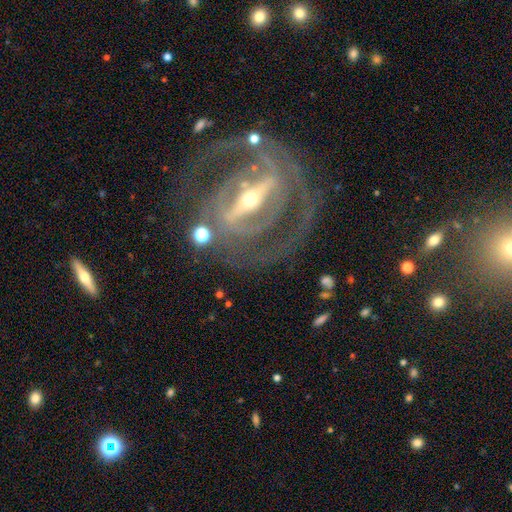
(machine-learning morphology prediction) Smooth or featured? featured or disk (89%)
Edge-on disk? no (87%)
Bar? strong (80%)
Spiral arms? yes (87%)
Spiral winding? tight (58%)
Spiral arm count? 2 (54%)
Bulge size? small (54%)
Merging? none (70%)